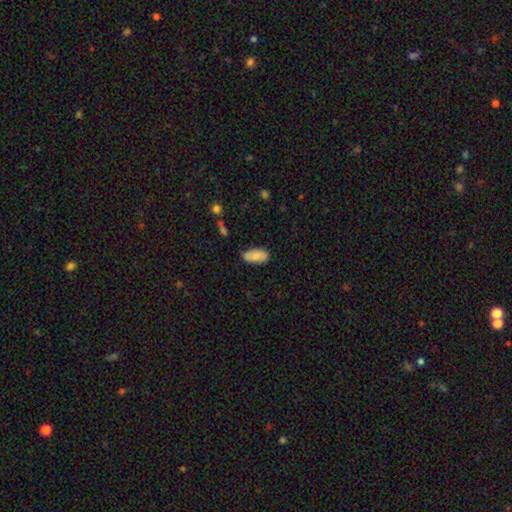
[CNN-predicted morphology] This is clearly a smooth galaxy (84%). How rounded: clearly in between (91%). Merging: likely none (76%).